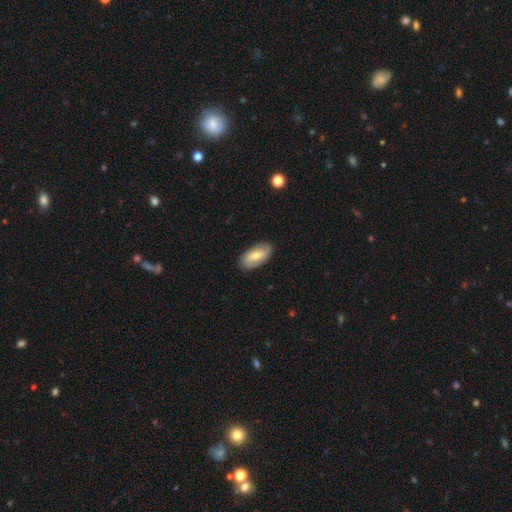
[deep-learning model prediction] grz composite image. It shows a smooth galaxy with no disk features (67%) that is in between round and cigar-shaped (92%). Merging: none (86%).